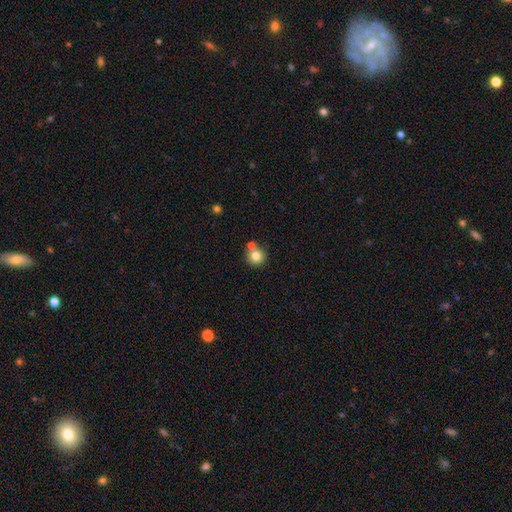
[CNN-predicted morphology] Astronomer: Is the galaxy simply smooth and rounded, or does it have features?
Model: smooth — 78%.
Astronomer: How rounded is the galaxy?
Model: round — 92%.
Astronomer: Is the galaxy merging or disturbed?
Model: none — 63%.